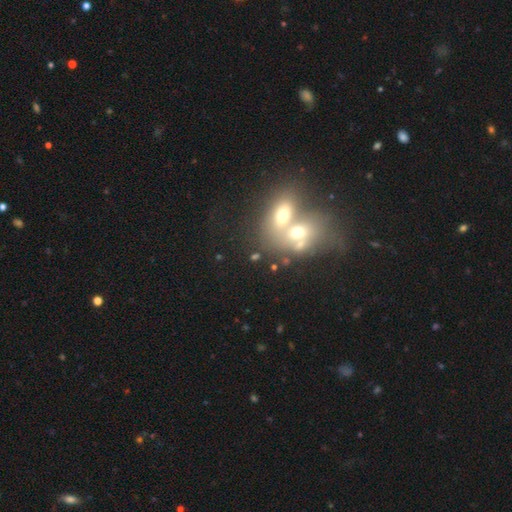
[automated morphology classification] A smooth galaxy with no disk features (49%).

Vote fractions:
- Smooth or featured? smooth: 49% / featured or disk: 34% / star or artifact: 17%
- Merging? merger: 75% / none: 15% / major disturbance: 5% / minor disturbance: 5%